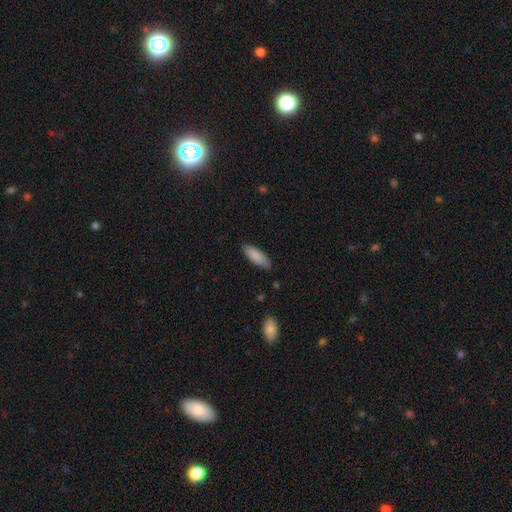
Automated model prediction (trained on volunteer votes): smooth-or-featured: smooth: 86% | featured or disk: 8% | star or artifact: 6%
  how-rounded: in between: 65% | cigar-shaped: 33% | round: 1%
  merging: none: 81% | minor disturbance: 16% | major disturbance: 2% | merger: 1%